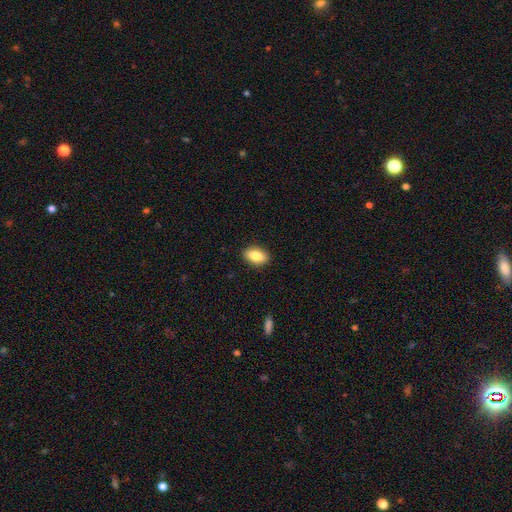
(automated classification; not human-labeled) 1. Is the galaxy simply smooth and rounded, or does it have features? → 84% smooth, 9% featured or disk, 7% star or artifact.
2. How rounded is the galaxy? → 89% in between, 7% round, 4% cigar-shaped.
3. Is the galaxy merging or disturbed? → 89% none, 8% minor disturbance, 2% major disturbance, 1% merger.